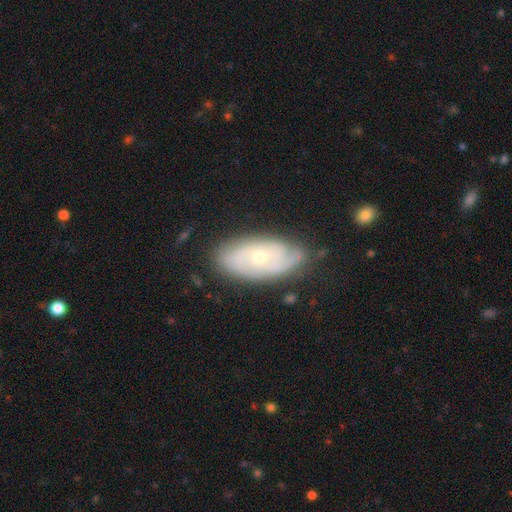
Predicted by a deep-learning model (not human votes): smooth_or_featured: featured or disk (p=0.72) [alt: smooth p=0.21]
disk_edge_on: no (p=0.91) [alt: yes p=0.09]
bar: no (p=0.79) [alt: weak p=0.18]
has_spiral_arms: yes (p=0.85) [alt: no p=0.15]
spiral_winding: tight (p=0.68) [alt: medium p=0.24]
spiral_arm_count: can't tell (p=0.46) [alt: 2 p=0.29]
bulge_size: small (p=0.59) [alt: moderate p=0.38]
merging: none (p=0.74) [alt: minor disturbance p=0.20]